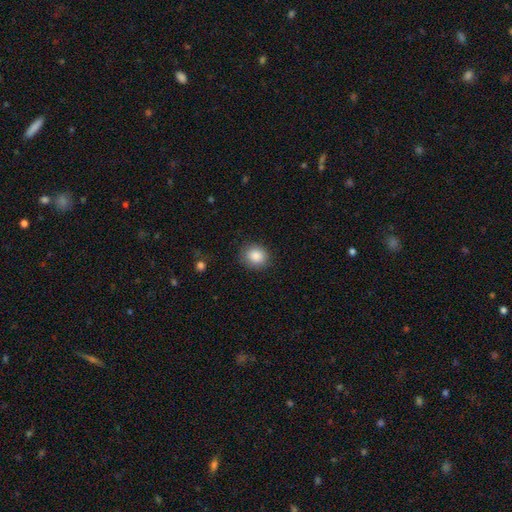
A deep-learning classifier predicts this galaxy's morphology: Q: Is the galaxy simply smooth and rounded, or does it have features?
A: smooth — 87%.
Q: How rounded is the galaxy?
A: round — 74%.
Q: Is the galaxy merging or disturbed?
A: none — 86%.